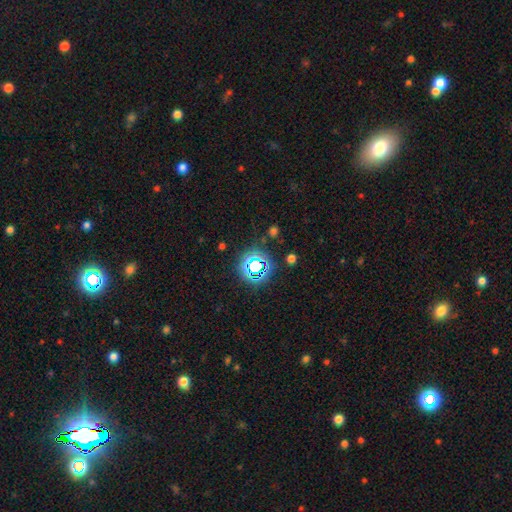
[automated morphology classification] A star or artifact, not a galaxy (72%).

Vote fractions:
- Smooth or featured? star or artifact: 72% / smooth: 19% / featured or disk: 9%